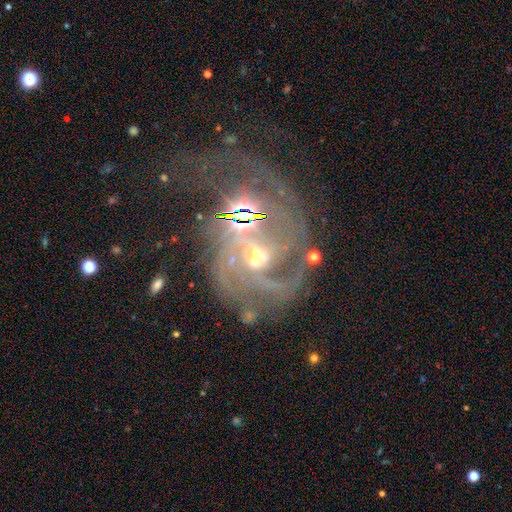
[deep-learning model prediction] smooth-or-featured: featured or disk: 76% | star or artifact: 18% | smooth: 6%
  disk-edge-on: no: 98% | yes: 2%
    bar: no: 48% | weak: 34% | strong: 18%
    has-spiral-arms: yes: 93% | no: 7%
      spiral-winding: medium: 49% | tight: 31% | loose: 20%
      spiral-arm-count: 2: 36% | 3: 22% | can't tell: 20% | 1: 8% | 4: 8% | more than 4: 7%
    bulge-size: small: 52% | moderate: 32% | none: 10% | large: 4% | dominant: 2%
  merging: none: 41% | major disturbance: 25% | merger: 18% | minor disturbance: 16%